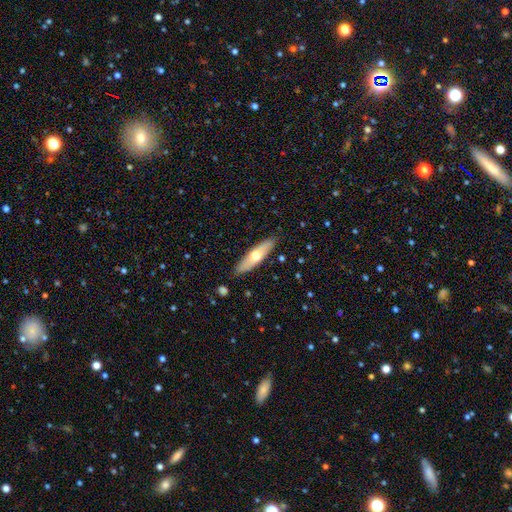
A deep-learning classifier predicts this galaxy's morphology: Smooth or featured?
  - smooth: 54% *
  - featured or disk: 41%
  - star or artifact: 5%
How rounded?
  - cigar-shaped: 63% *
  - in between: 35%
  - round: 2%
Merging?
  - none: 87% *
  - minor disturbance: 10%
  - major disturbance: 2%
  - merger: 1%